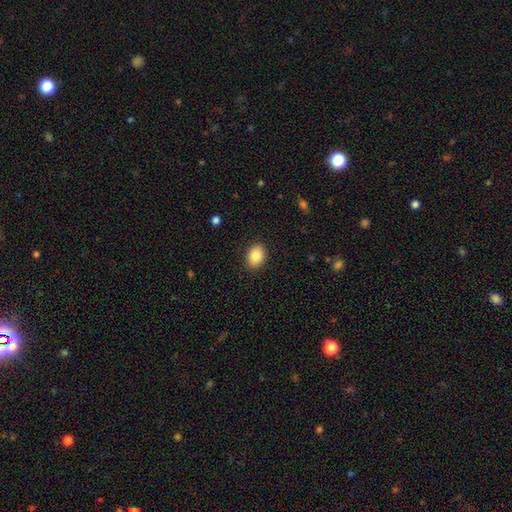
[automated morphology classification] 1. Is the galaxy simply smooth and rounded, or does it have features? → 86% smooth, 8% star or artifact, 6% featured or disk.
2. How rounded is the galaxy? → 72% in between, 27% round, 1% cigar-shaped.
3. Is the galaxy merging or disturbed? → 90% none, 7% minor disturbance, 2% major disturbance, 1% merger.